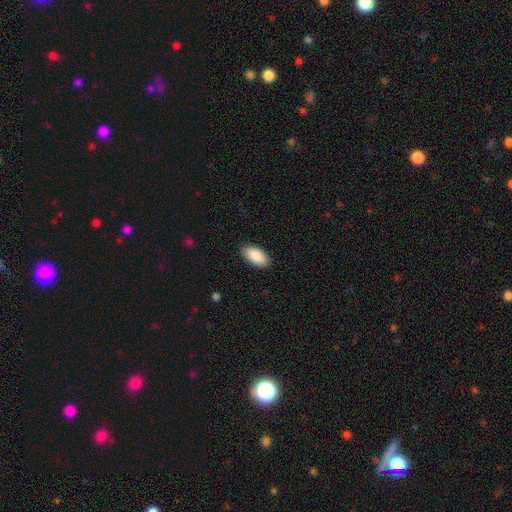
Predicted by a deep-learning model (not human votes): Smooth or featured? Predicted: smooth (p=0.89). How rounded? Predicted: in between (p=0.95). Merging? Predicted: none (p=0.89).